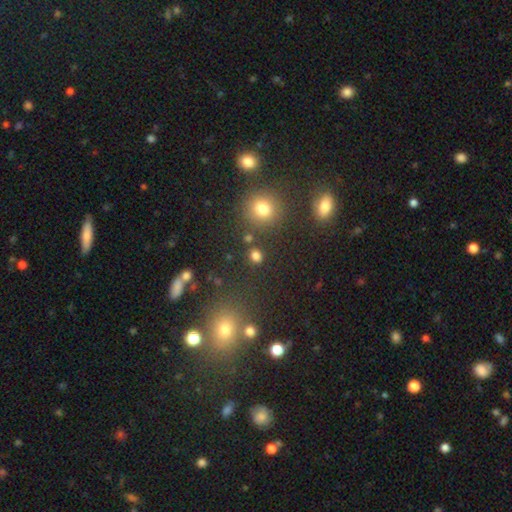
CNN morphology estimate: Smooth or featured? Predicted: smooth (p=0.77). How rounded? Predicted: round (p=0.74). Merging? Predicted: none (p=0.81).